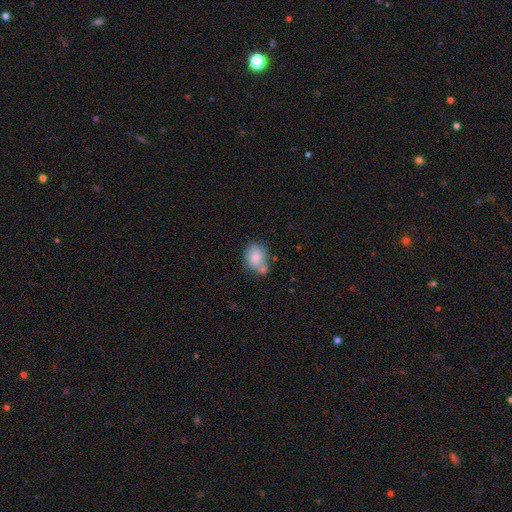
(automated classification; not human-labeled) A smooth galaxy with no disk features (78%) that is round (54%). Merging: none (48%).